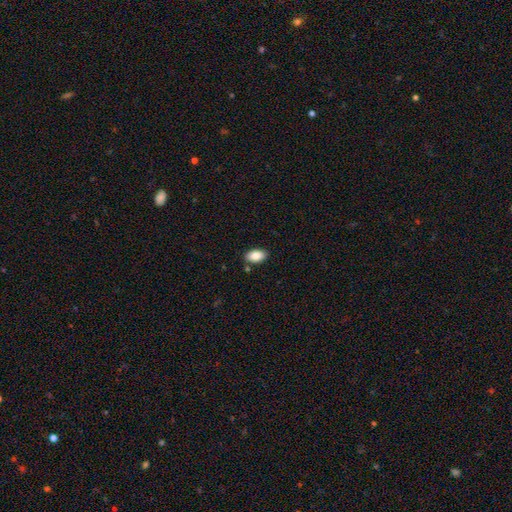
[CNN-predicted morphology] Smooth or featured?
  - smooth: 87% *
  - star or artifact: 7%
  - featured or disk: 5%
How rounded?
  - in between: 93% *
  - round: 5%
  - cigar-shaped: 2%
Merging?
  - none: 86% *
  - minor disturbance: 9%
  - merger: 2%
  - major disturbance: 2%